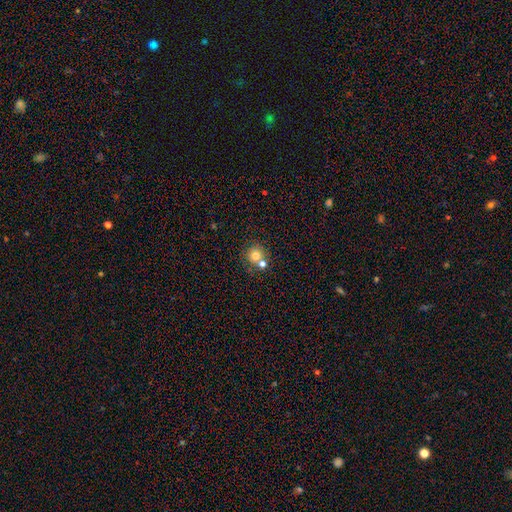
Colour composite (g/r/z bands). It shows a smooth galaxy with no disk features (92%) that is round (92%). Merging: none (81%).